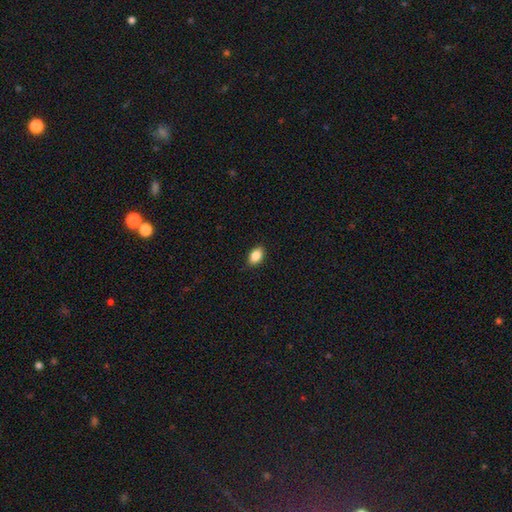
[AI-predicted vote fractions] This is clearly a smooth galaxy (86%). How rounded: clearly in between (87%). Merging: clearly none (83%).